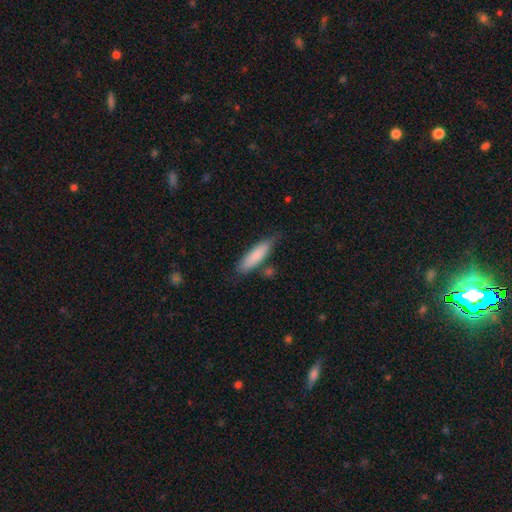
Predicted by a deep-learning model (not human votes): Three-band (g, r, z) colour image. It shows a smooth galaxy with no disk features (83%) that is cigar-shaped (69%). Merging: none (71%).